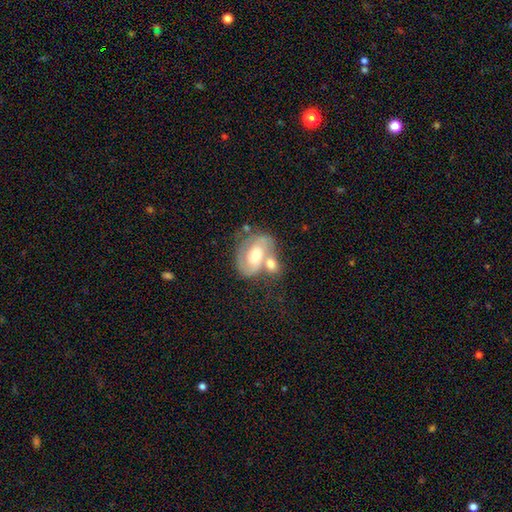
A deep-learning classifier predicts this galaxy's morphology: Smooth or featured: featured or disk — 70% (smooth — 24%)
Edge-on disk: no — 96% (yes — 4%)
Bar: no — 48% (weak — 37%)
Spiral arms: yes — 78% (no — 22%)
Spiral winding: tight — 42% (tied with medium — 42%)
Spiral arm count: 2 — 71% (can't tell — 15%)
Bulge size: moderate — 64% (large — 17%)
Merging: merger — 45% (none — 30%)